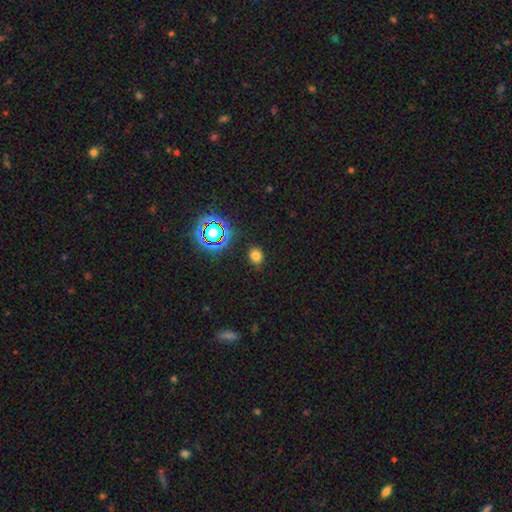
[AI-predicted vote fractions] This is likely a smooth galaxy (73%). How rounded: likely round (65%). Merging: clearly none (86%).